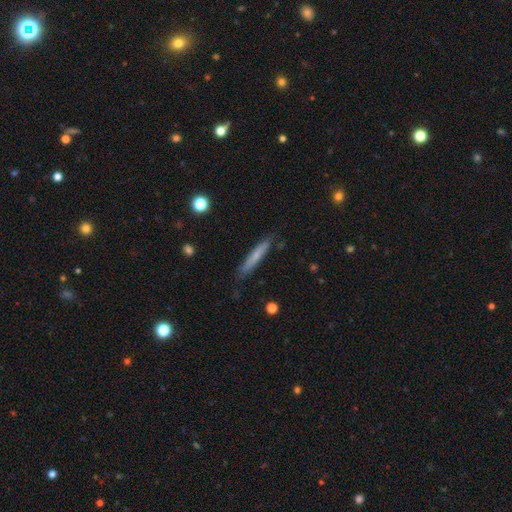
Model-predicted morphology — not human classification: A smooth galaxy with no disk features (67%) that is cigar-shaped (95%).

Vote fractions:
- Smooth or featured? smooth: 67% / featured or disk: 27% / star or artifact: 6%
- How rounded? cigar-shaped: 95% / in between: 4% / round: 1%
- Merging? none: 83% / minor disturbance: 13% / major disturbance: 2% / merger: 1%